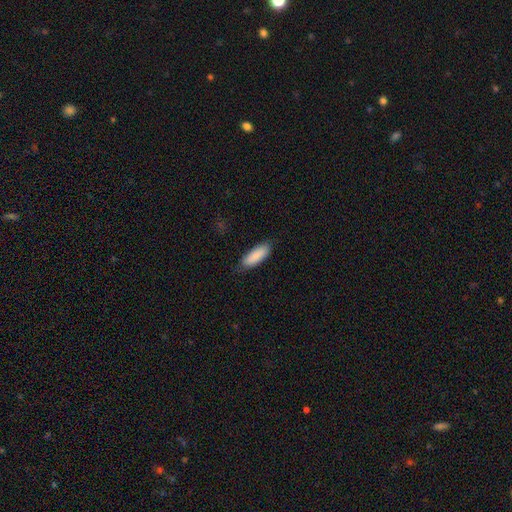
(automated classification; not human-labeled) Smooth or featured: smooth — 87% (featured or disk — 7%)
How rounded: in between — 69% (cigar-shaped — 30%)
Merging: none — 81% (minor disturbance — 15%)